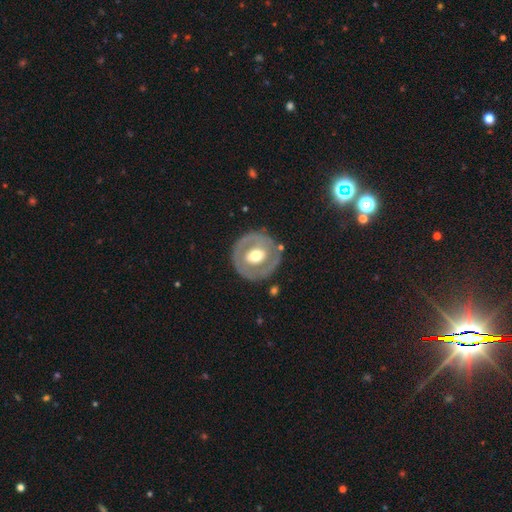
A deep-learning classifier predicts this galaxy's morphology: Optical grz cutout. It shows a featured or disk galaxy (59%) with no bar (60%), no spiral arms (80%) and a moderate central bulge (67%). Merging: none (79%).